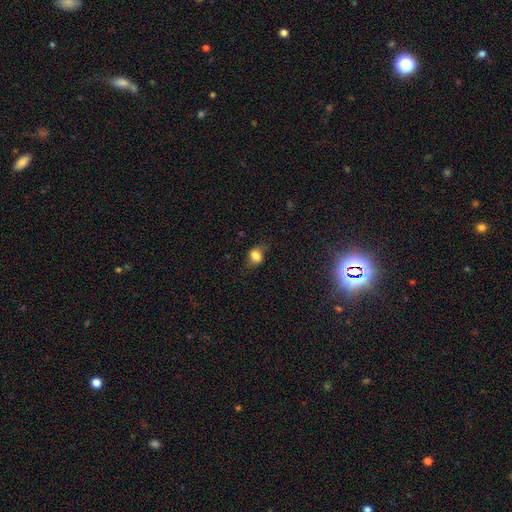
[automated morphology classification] smooth_or_featured: smooth (p=0.75) [alt: featured or disk p=0.14]
how_rounded: in between (p=0.57) [alt: round p=0.41]
merging: none (p=0.66) [alt: minor disturbance p=0.23]